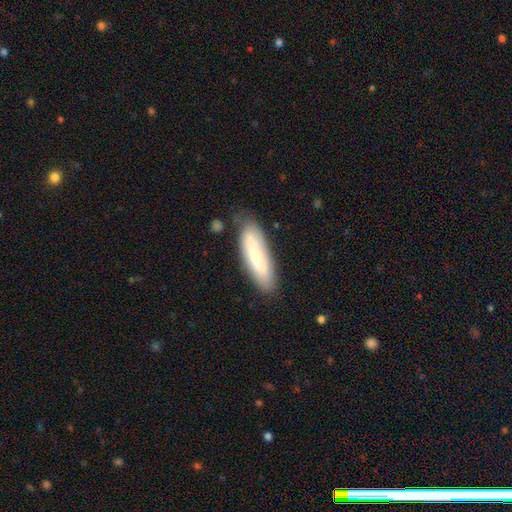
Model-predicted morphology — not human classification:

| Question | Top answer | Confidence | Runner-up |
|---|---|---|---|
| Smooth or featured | smooth | 58% | featured or disk (36%) |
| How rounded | cigar-shaped | 56% | in between (42%) |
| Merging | none | 75% | minor disturbance (18%) |